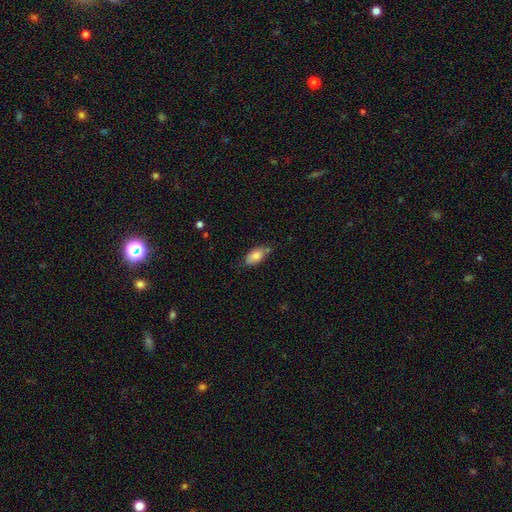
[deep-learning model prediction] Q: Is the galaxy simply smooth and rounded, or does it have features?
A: smooth — 79%.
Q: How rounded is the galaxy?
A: in between — 91%.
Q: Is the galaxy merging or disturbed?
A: none — 60%.